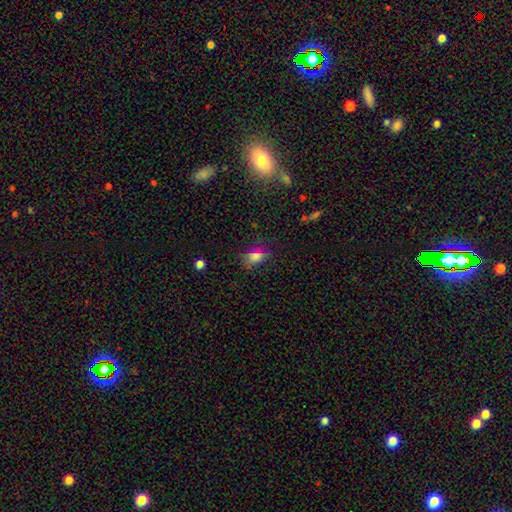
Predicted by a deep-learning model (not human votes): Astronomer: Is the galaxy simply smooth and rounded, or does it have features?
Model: smooth — 75%.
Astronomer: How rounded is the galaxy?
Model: in between — 81%.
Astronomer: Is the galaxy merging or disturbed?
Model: none — 70%.